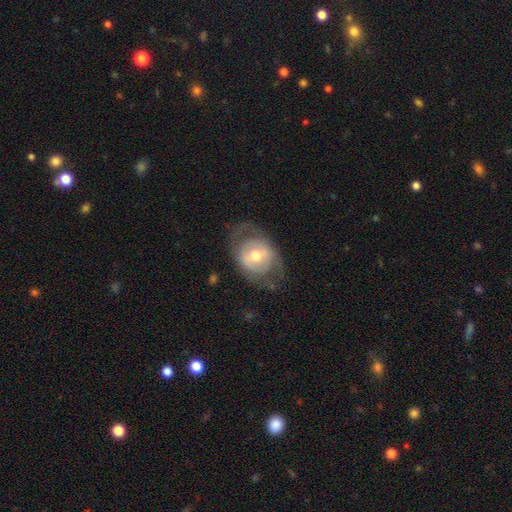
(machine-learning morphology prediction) type=featured or disk (58%); edge-on=no (94%); bar=no (47%); spiral arms=no (65%); bulge=moderate (70%); merging=none (66%).